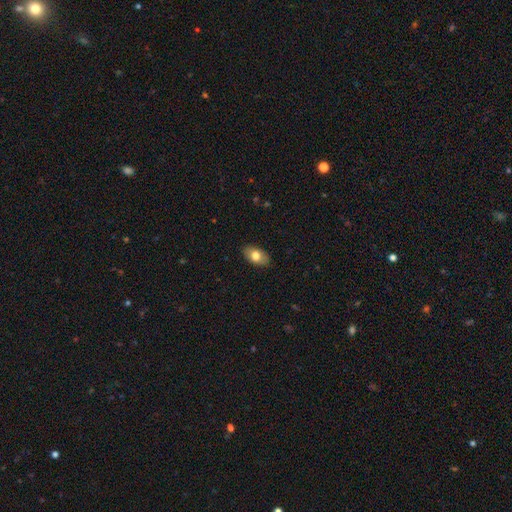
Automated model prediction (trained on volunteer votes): Smooth or featured? Predicted: smooth (p=0.77). How rounded? Predicted: in between (p=0.92). Merging? Predicted: none (p=0.88).